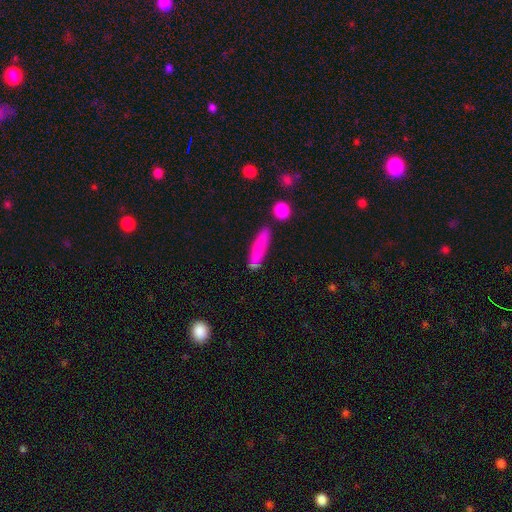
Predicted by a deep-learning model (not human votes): Smooth or featured: smooth — 79% (featured or disk — 14%)
How rounded: cigar-shaped — 74% (in between — 23%)
Merging: none — 69% (minor disturbance — 17%)